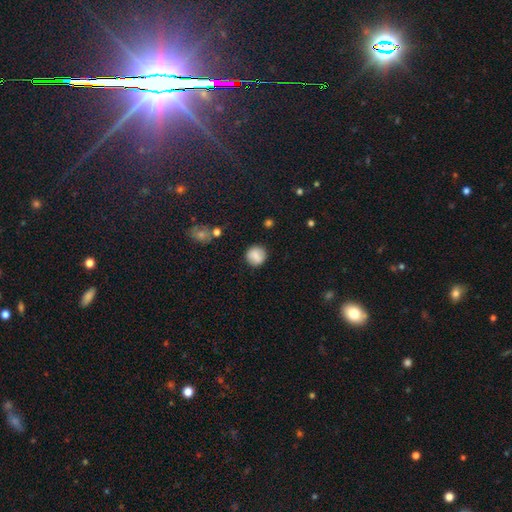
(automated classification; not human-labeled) Smooth or featured: smooth — 80% (featured or disk — 12%)
How rounded: round — 89% (in between — 10%)
Merging: none — 86% (minor disturbance — 9%)